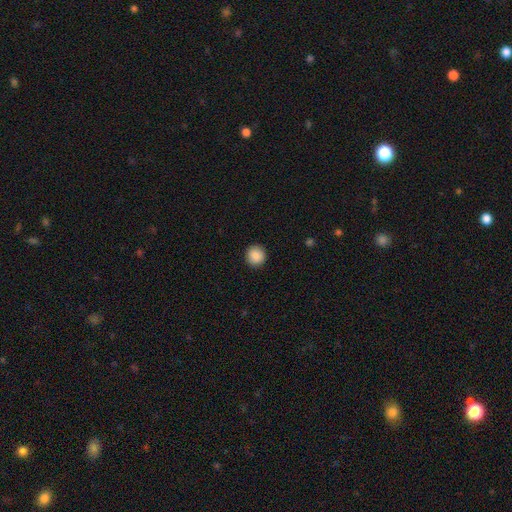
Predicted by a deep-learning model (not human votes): A smooth galaxy with no disk features (89%) that is round (94%). Merging: none (92%).